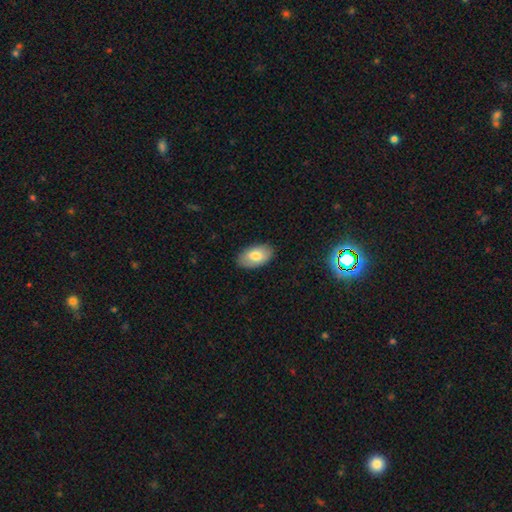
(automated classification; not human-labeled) A smooth galaxy with no disk features (77%) that is in between round and cigar-shaped (94%). Merging: none (86%).